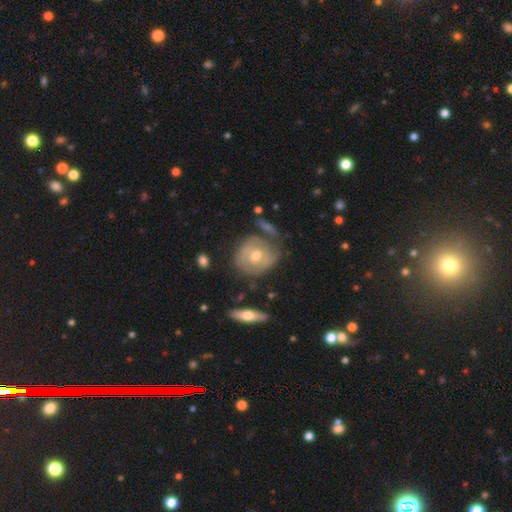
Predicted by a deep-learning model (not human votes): smooth_or_featured: featured or disk (p=0.68) [alt: smooth p=0.26]
disk_edge_on: no (p=0.93) [alt: yes p=0.07]
bar: no (p=0.69) [alt: weak p=0.25]
has_spiral_arms: yes (p=0.72) [alt: no p=0.28]
bulge_size: moderate (p=0.72) [alt: small p=0.21]
merging: none (p=0.65) [alt: minor disturbance p=0.21]